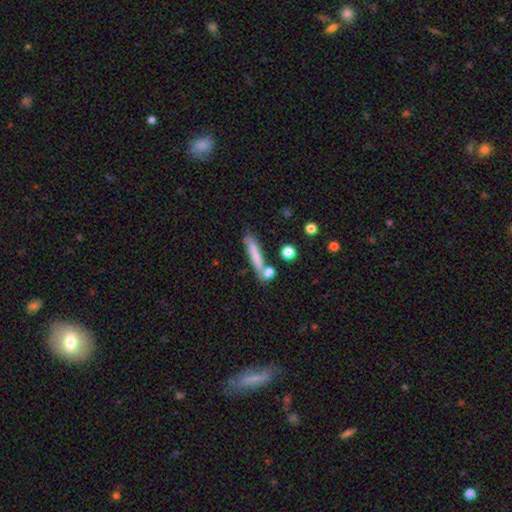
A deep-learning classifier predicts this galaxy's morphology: Smooth or featured: smooth — 73% (featured or disk — 20%)
How rounded: cigar-shaped — 89% (in between — 9%)
Merging: none — 68% (minor disturbance — 15%)